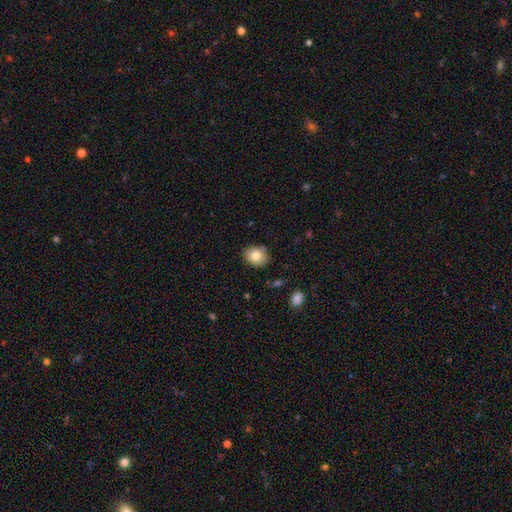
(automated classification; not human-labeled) smooth 82%, featured or disk 9%, star or artifact 9%. Down the decision tree: how rounded — in between (50%); merging — none (83%).